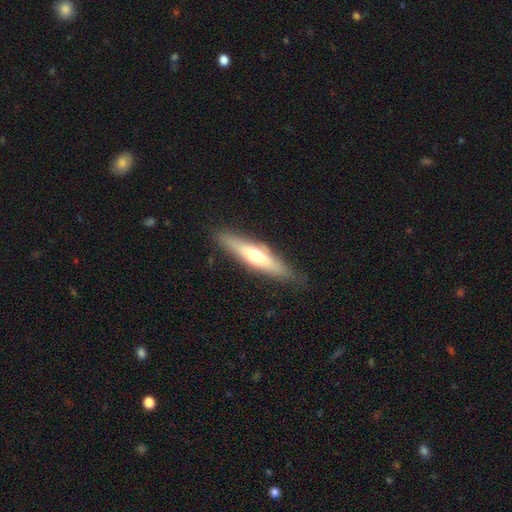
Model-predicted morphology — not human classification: The model was most divided on "smooth or featured": featured or disk: 47%, smooth: 46%, star or artifact: 6%. More confident: merging — none (85%).